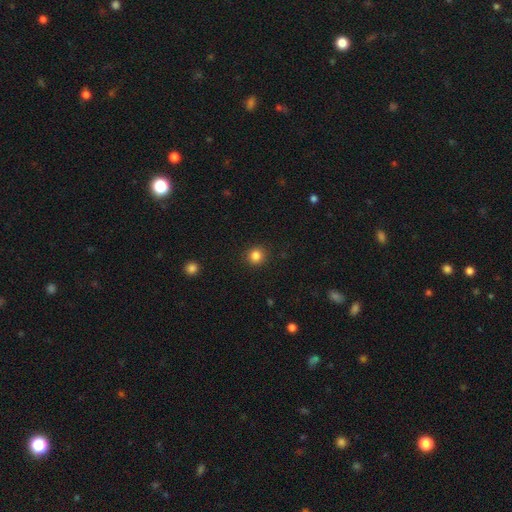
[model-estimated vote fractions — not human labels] Smooth or featured? smooth (84%)
How rounded? round (91%)
Merging? none (91%)